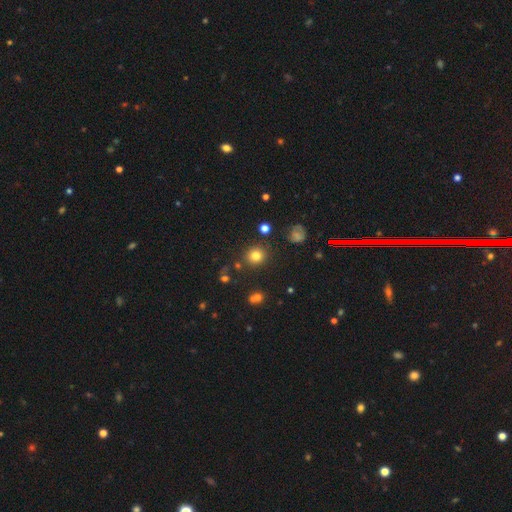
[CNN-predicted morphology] This is likely a smooth galaxy (79%). How rounded: clearly round (86%). Merging: clearly none (84%).